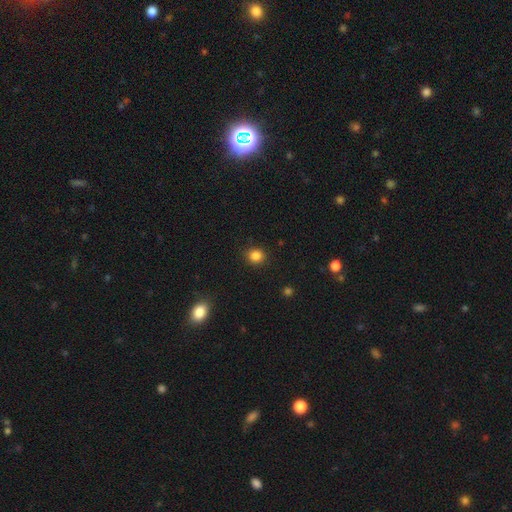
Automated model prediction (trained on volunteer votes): smooth_or_featured: smooth (p=0.85) [alt: star or artifact p=0.12]
how_rounded: round (p=0.85) [alt: in between p=0.14]
merging: none (p=0.90) [alt: minor disturbance p=0.07]